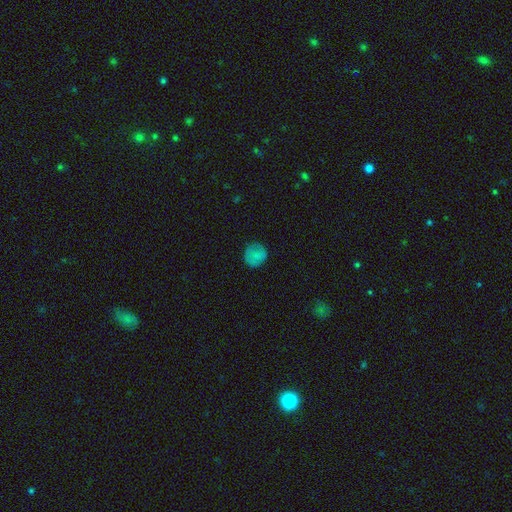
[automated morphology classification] smooth-or-featured: smooth: 78% | star or artifact: 11% | featured or disk: 11%
  how-rounded: round: 89% | in between: 10% | cigar-shaped: 1%
  merging: none: 80% | minor disturbance: 15% | major disturbance: 4% | merger: 1%